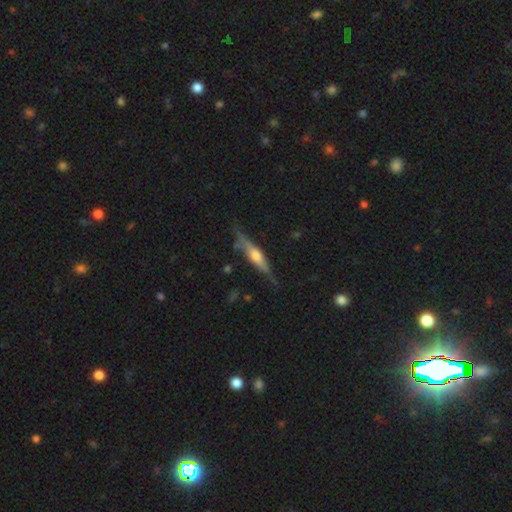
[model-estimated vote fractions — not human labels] This appears to be a featured or disk galaxy (54%) viewed edge-on (87%). Merging: none (65%).